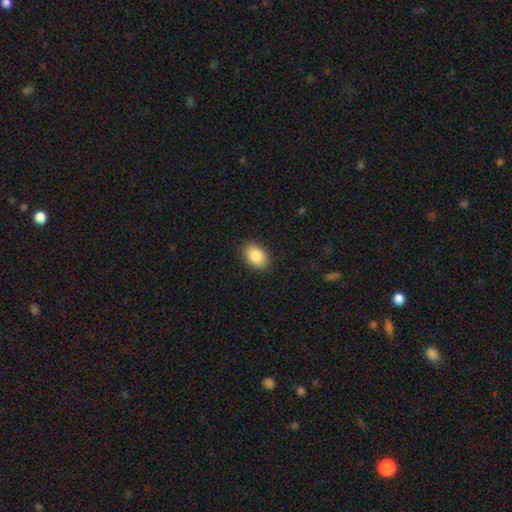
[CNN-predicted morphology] A smooth galaxy with no disk features (87%) that is in between round and cigar-shaped (83%). Merging: none (87%).